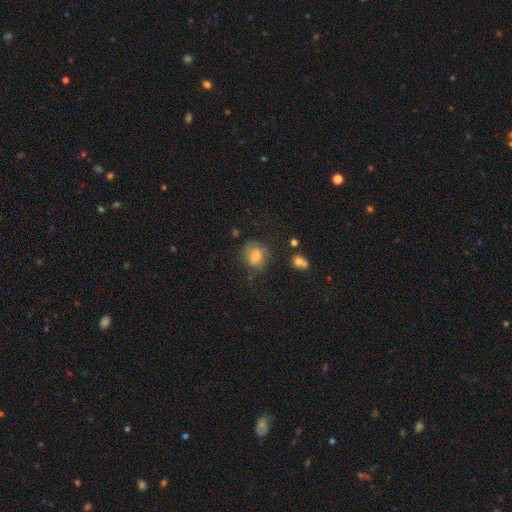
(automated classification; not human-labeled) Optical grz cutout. It shows a smooth galaxy with no disk features (70%) that is round (60%). Merging: none (65%).